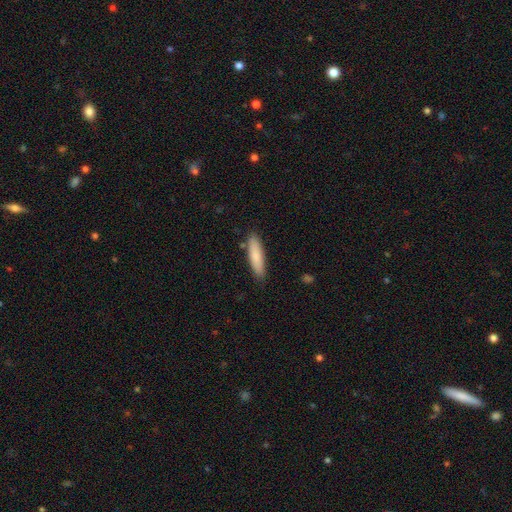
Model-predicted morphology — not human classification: Overall: smooth (81%). How rounded: cigar-shaped (73%). Merging: none (86%).